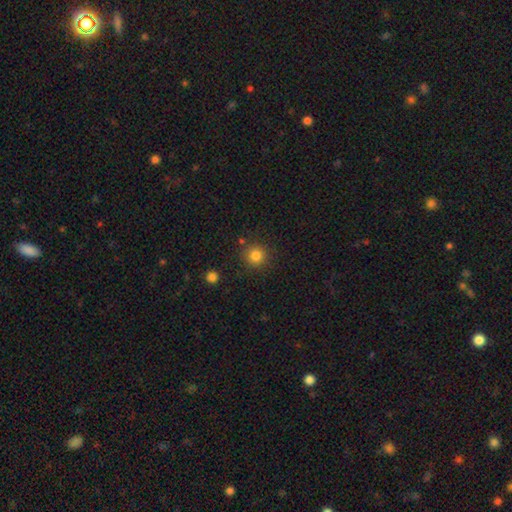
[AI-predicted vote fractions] A smooth galaxy with no disk features (83%) that is round (94%).

Vote fractions:
- Smooth or featured? smooth: 83% / star or artifact: 12% / featured or disk: 5%
- How rounded? round: 94% / in between: 6% / cigar-shaped: 1%
- Merging? none: 87% / minor disturbance: 7% / merger: 3% / major disturbance: 3%